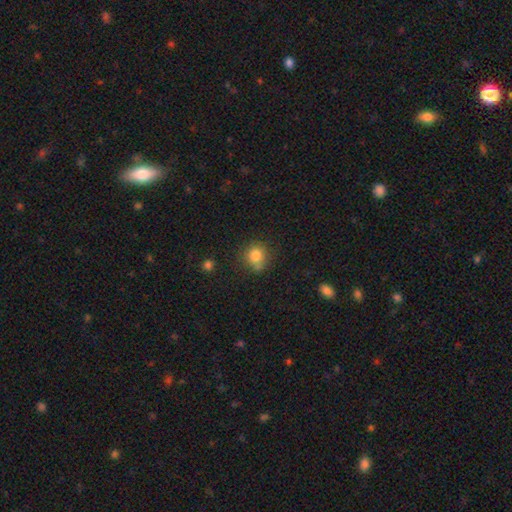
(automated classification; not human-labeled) This appears to be a smooth galaxy with no disk features (82%) that is round (86%). Merging: none (67%).